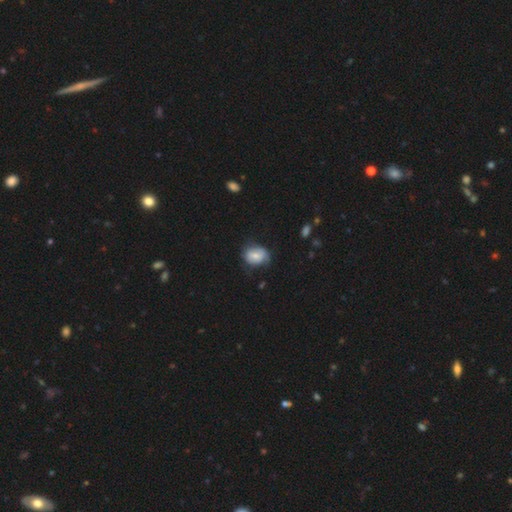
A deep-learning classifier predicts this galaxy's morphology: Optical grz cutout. It shows a smooth galaxy with no disk features (66%) that is in between round and cigar-shaped (57%). Merging: none (61%).